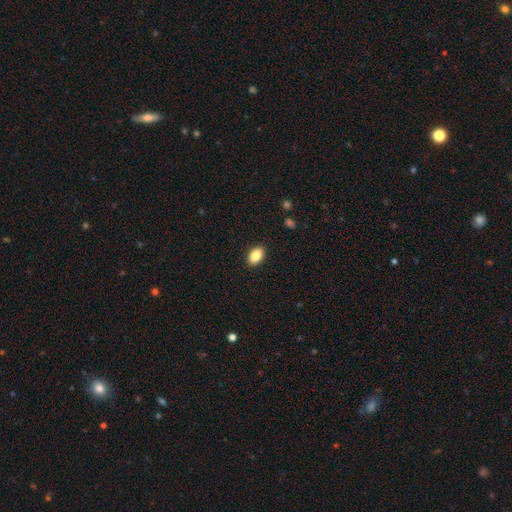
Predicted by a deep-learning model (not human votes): Smooth or featured? Predicted: smooth (p=0.86). How rounded? Predicted: in between (p=0.89). Merging? Predicted: none (p=0.90).